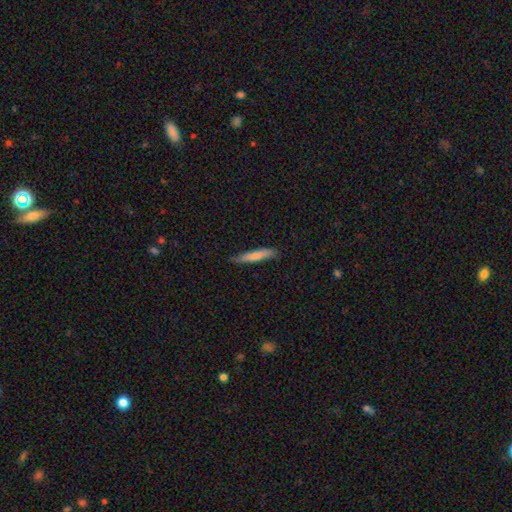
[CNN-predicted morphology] smooth 69%, featured or disk 25%, star or artifact 5%. Down the decision tree: how rounded — cigar-shaped (91%); merging — none (80%).